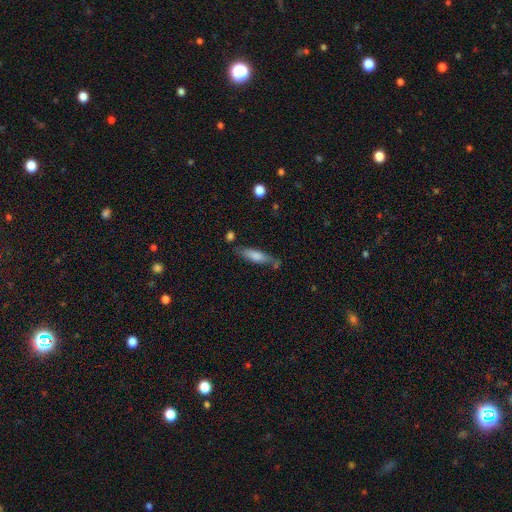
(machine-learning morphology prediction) A smooth galaxy with no disk features (69%) that is cigar-shaped (64%). Merging: none (62%).